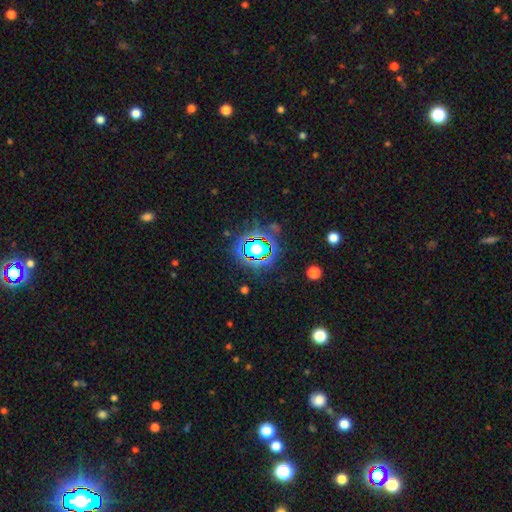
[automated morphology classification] Smooth or featured? Predicted: star or artifact (p=0.75).